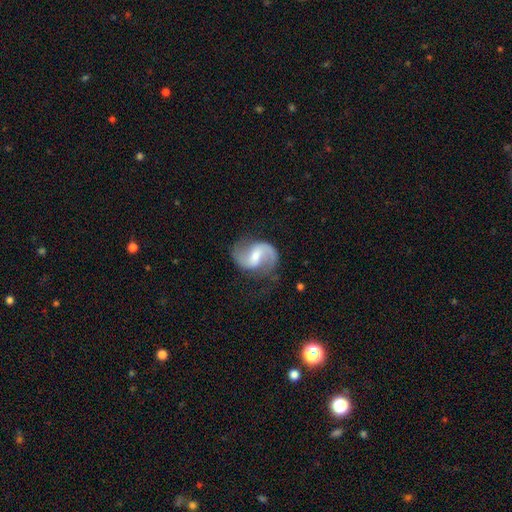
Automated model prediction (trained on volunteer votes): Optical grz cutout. It shows a featured or disk galaxy (88%) with a weak bar (52%), 2 (91%) medium (47%) spiral arms (97%) and a moderate central bulge (51%). Merging: none (74%).